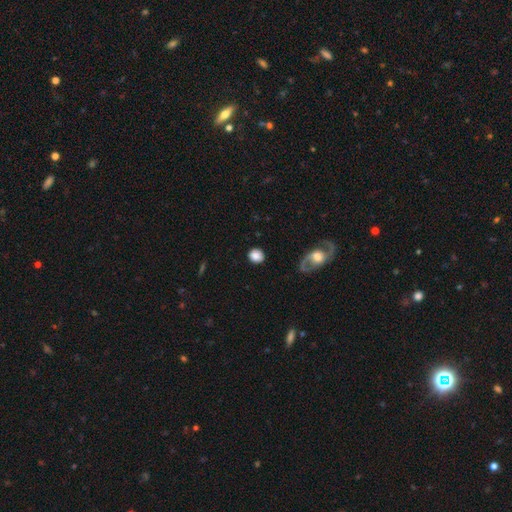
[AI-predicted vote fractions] This appears to be a smooth galaxy with no disk features (82%) that is round (84%). Merging: none (85%).